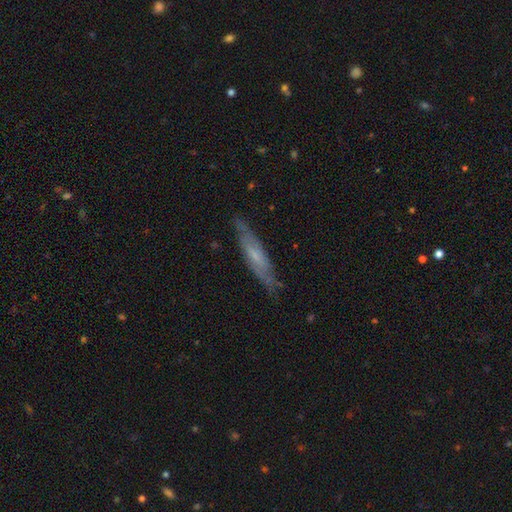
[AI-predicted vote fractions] The model was most divided on "edge-on disk": yes: 56%, no: 44%. More confident: merging — none (77%); smooth or featured — featured or disk (58%).